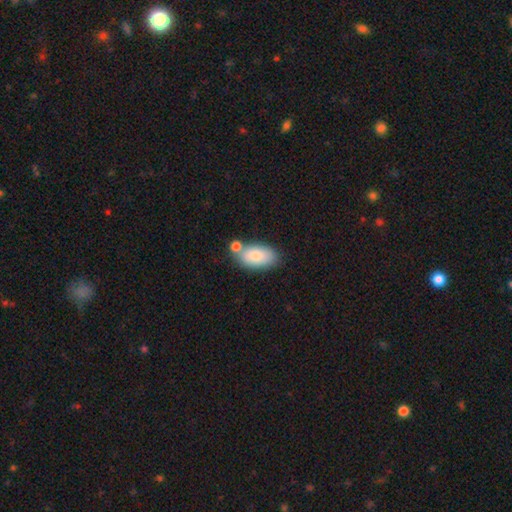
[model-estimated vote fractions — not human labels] This appears to be a smooth galaxy with no disk features (81%) that is in between round and cigar-shaped (93%). Merging: none (59%).